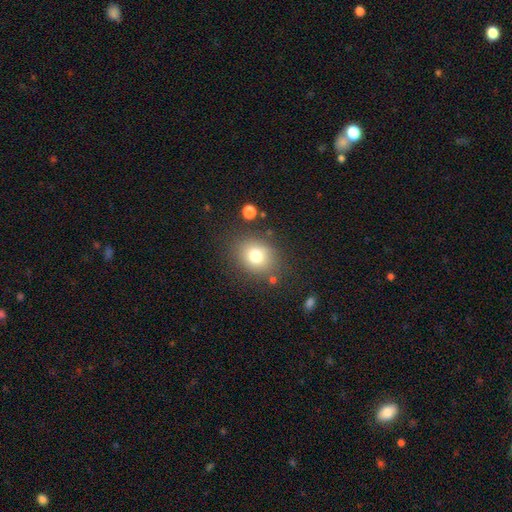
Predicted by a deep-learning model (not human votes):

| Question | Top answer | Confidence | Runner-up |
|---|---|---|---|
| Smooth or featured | smooth | 77% | star or artifact (13%) |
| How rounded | round | 64% | in between (35%) |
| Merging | none | 79% | minor disturbance (12%) |